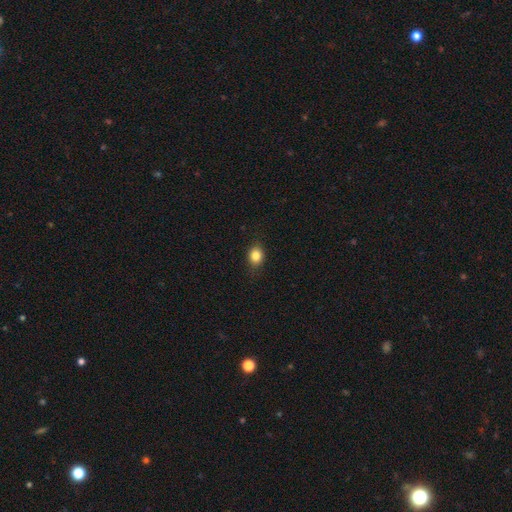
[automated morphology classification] Smooth or featured? Predicted: smooth (p=0.84). How rounded? Predicted: round (p=0.53). Merging? Predicted: none (p=0.85).